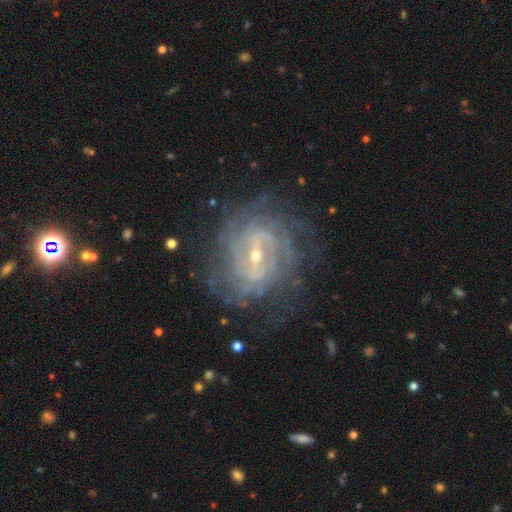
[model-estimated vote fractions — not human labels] smooth_or_featured: featured or disk (p=0.87) [alt: star or artifact p=0.07]
disk_edge_on: no (p=0.96) [alt: yes p=0.04]
bar: weak (p=0.47) [alt: strong p=0.37]
has_spiral_arms: yes (p=0.94) [alt: no p=0.06]
spiral_winding: tight (p=0.66) [alt: medium p=0.27]
spiral_arm_count: can't tell (p=0.40) [alt: 2 p=0.15]
bulge_size: small (p=0.69) [alt: moderate p=0.27]
merging: none (p=0.75) [alt: minor disturbance p=0.15]